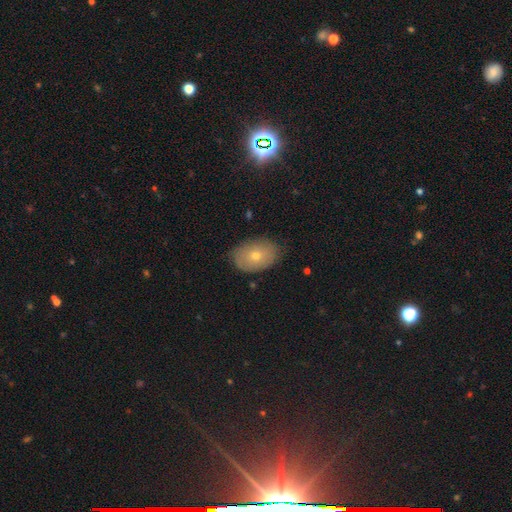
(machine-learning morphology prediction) Smooth or featured: smooth — 60% (featured or disk — 28%)
How rounded: in between — 82% (round — 17%)
Merging: none — 81% (minor disturbance — 15%)